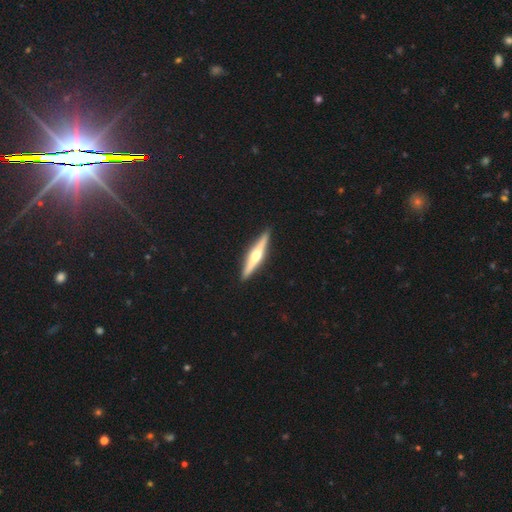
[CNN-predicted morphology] A featured or disk galaxy (72%) viewed edge-on (98%) with a rounded central bulge (92%). Merging: none (92%).